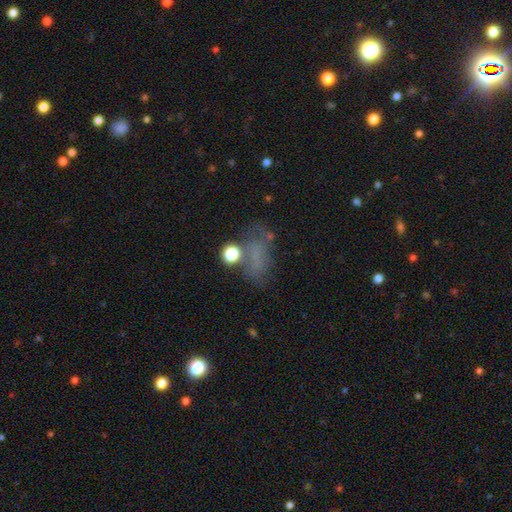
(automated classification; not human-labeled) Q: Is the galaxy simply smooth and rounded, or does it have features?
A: smooth — 51%.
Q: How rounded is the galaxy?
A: in between — 74%.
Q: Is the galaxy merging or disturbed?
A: none — 47%.